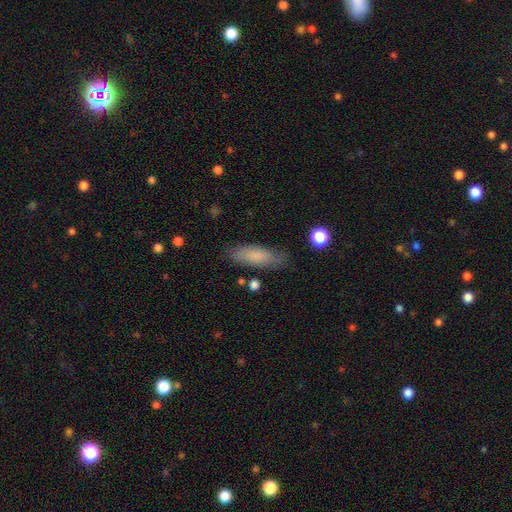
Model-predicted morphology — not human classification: This is likely a smooth galaxy (79%). How rounded: possibly in between (53%). Merging: clearly none (82%).